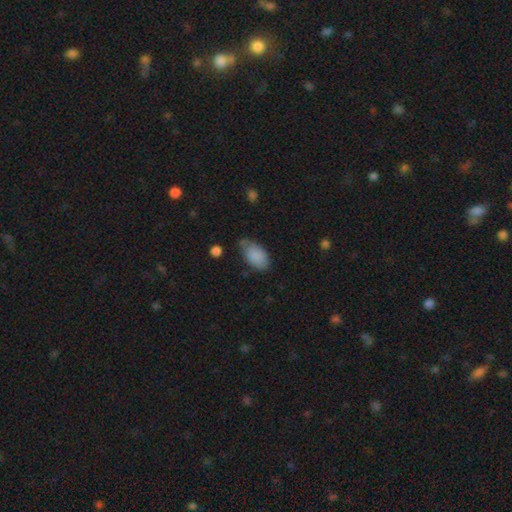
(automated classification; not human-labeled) A smooth galaxy with no disk features (87%) that is in between round and cigar-shaped (93%). Merging: none (63%).